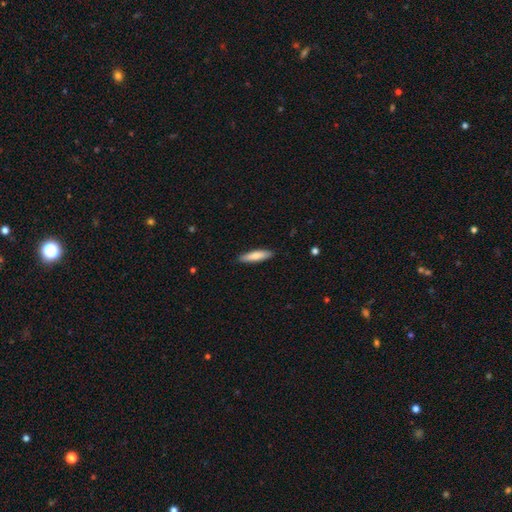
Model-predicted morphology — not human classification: Overall: smooth (78%). How rounded: cigar-shaped (77%). Merging: none (89%).